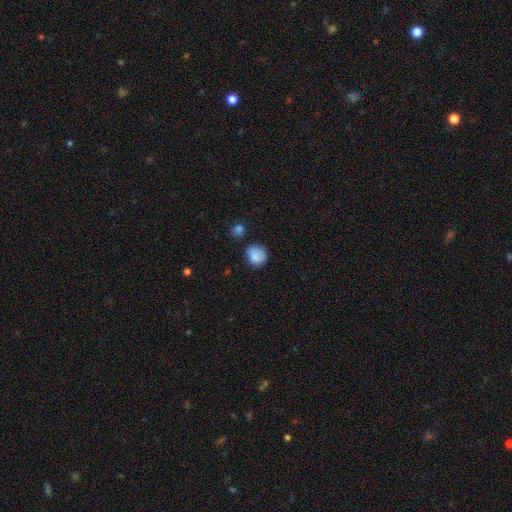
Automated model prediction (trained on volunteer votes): smooth_or_featured: smooth (p=0.86) [alt: star or artifact p=0.09]
how_rounded: round (p=0.84) [alt: in between p=0.15]
merging: none (p=0.69) [alt: minor disturbance p=0.22]